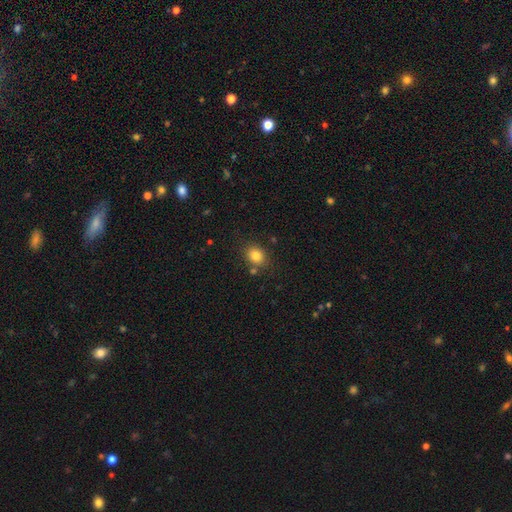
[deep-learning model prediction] The model was most divided on "how rounded": round: 53%, in between: 46%, cigar-shaped: 1%. More confident: smooth or featured — smooth (82%); merging — none (78%).